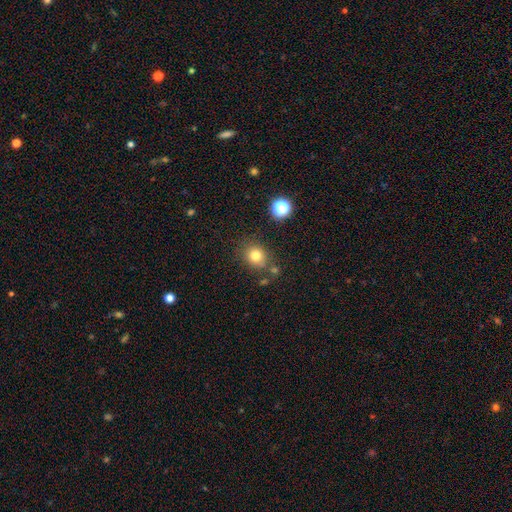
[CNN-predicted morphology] A smooth galaxy with no disk features (78%) that is round (71%).

Vote fractions:
- Smooth or featured? smooth: 78% / star or artifact: 13% / featured or disk: 8%
- How rounded? round: 71% / in between: 28% / cigar-shaped: 1%
- Merging? none: 75% / minor disturbance: 13% / merger: 7% / major disturbance: 4%